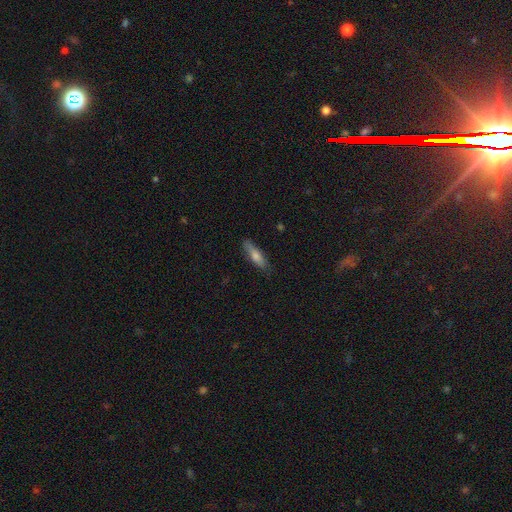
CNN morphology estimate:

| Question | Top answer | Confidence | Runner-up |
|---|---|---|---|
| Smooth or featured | smooth | 63% | featured or disk (30%) |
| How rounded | cigar-shaped | 72% | in between (26%) |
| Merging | none | 82% | minor disturbance (15%) |